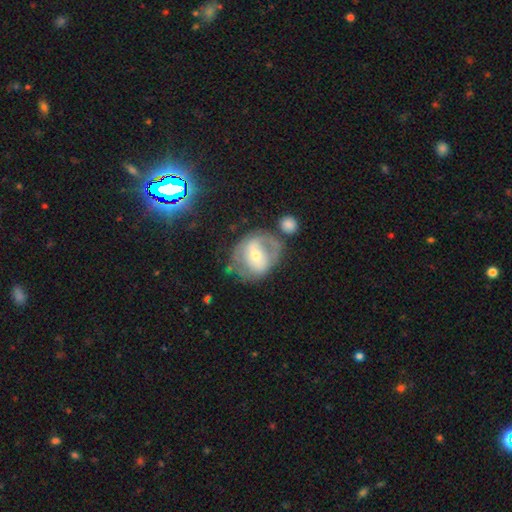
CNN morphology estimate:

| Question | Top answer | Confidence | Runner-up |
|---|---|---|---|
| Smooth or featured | featured or disk | 60% | smooth (33%) |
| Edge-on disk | no | 95% | yes (5%) |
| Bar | weak | 37% | no (35%) |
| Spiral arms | yes | 52% | no (48%) |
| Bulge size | moderate | 49% | small (44%) |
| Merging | none | 51% | minor disturbance (22%) |